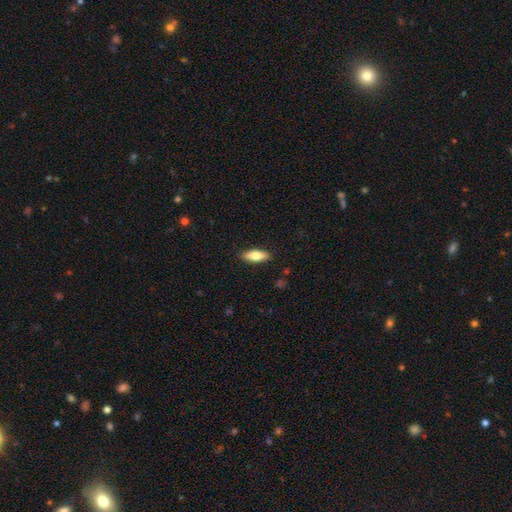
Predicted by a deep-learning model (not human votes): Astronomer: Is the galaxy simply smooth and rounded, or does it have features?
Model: smooth — 75%.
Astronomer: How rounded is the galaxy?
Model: in between — 70%.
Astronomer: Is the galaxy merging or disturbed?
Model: none — 89%.